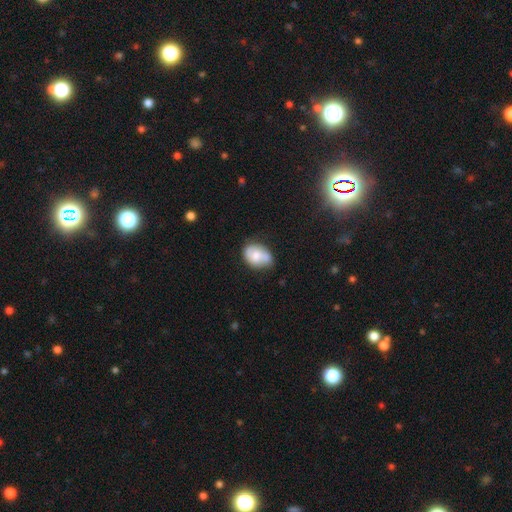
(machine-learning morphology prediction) Q: Smooth or featured?
A: smooth (63%); runner-up: featured or disk (29%)
Q: How rounded?
A: in between (70%); runner-up: round (29%)
Q: Merging?
A: none (46%); runner-up: minor disturbance (29%)